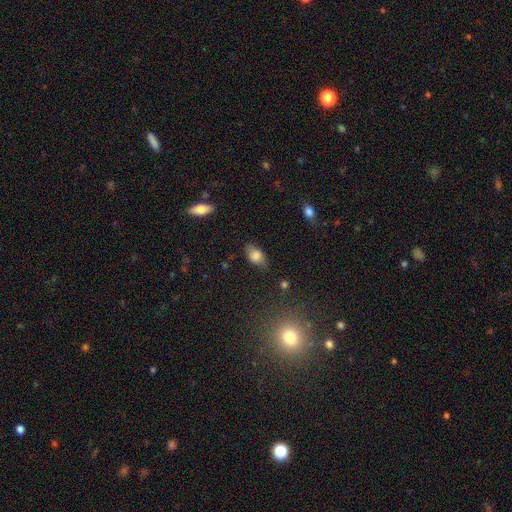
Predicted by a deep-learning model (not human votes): smooth-or-featured: smooth: 78% | featured or disk: 13% | star or artifact: 9%
  how-rounded: in between: 87% | round: 10% | cigar-shaped: 3%
  merging: none: 71% | minor disturbance: 22% | major disturbance: 5% | merger: 2%